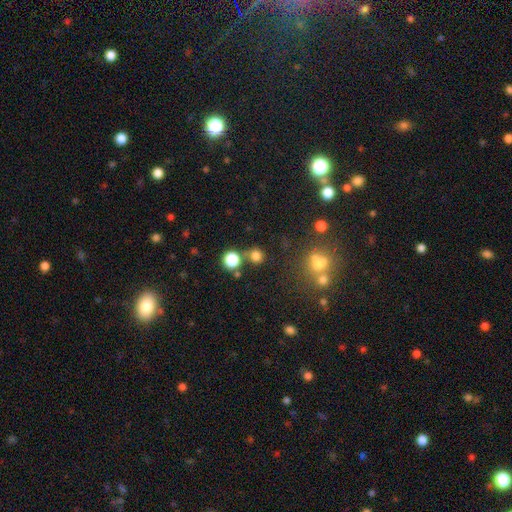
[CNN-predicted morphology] type=smooth (77%); roundness=round (90%); merging=none (73%).